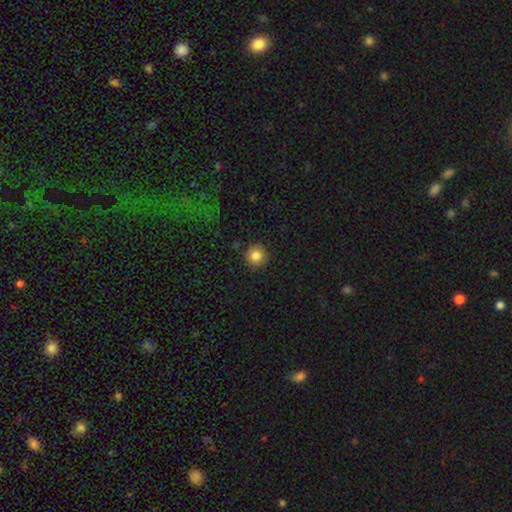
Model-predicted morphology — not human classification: smooth-or-featured: smooth: 84% | star or artifact: 11% | featured or disk: 5%
  how-rounded: round: 95% | in between: 4% | cigar-shaped: 1%
  merging: none: 90% | minor disturbance: 6% | major disturbance: 2% | merger: 1%